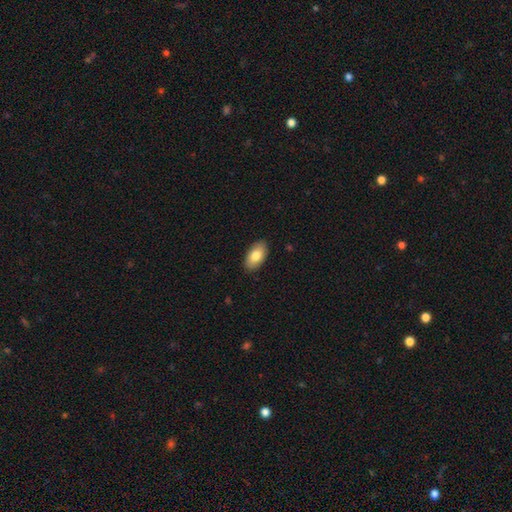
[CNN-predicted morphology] The model was most divided on "smooth or featured": smooth: 81%, featured or disk: 13%, star or artifact: 6%. More confident: how rounded — in between (95%); merging — none (89%).